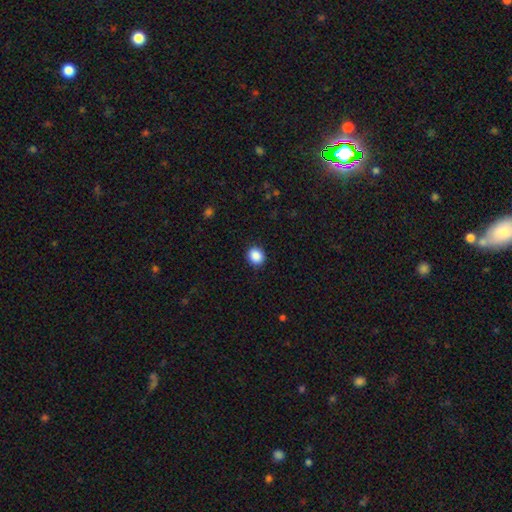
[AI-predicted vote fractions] This appears to be a smooth galaxy with no disk features (89%) that is round (73%). Merging: none (90%).